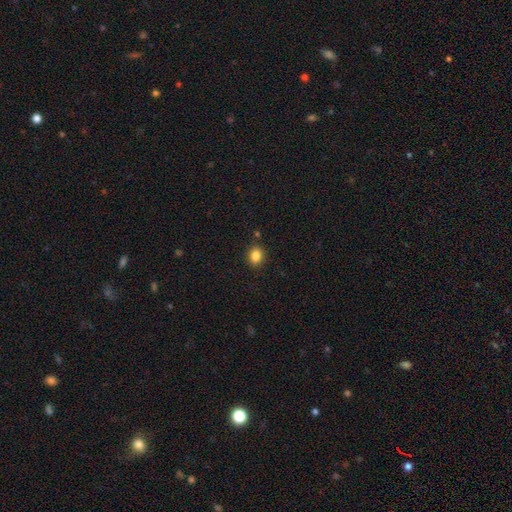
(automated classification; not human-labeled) smooth_or_featured: smooth (p=0.85) [alt: star or artifact p=0.10]
how_rounded: round (p=0.51) [alt: in between p=0.48]
merging: none (p=0.87) [alt: minor disturbance p=0.08]